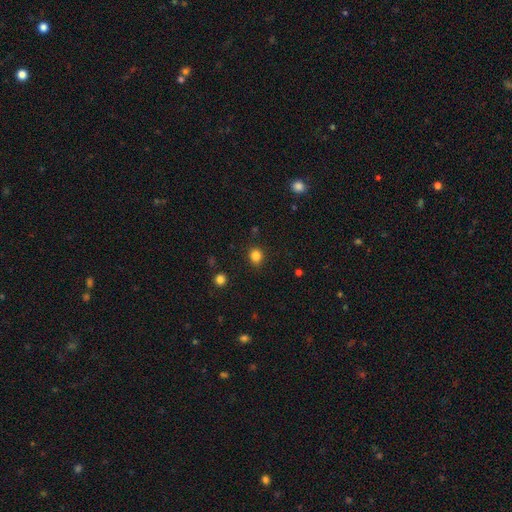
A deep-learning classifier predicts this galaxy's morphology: This appears to be a smooth galaxy with no disk features (84%) that is round (79%). Merging: none (88%).